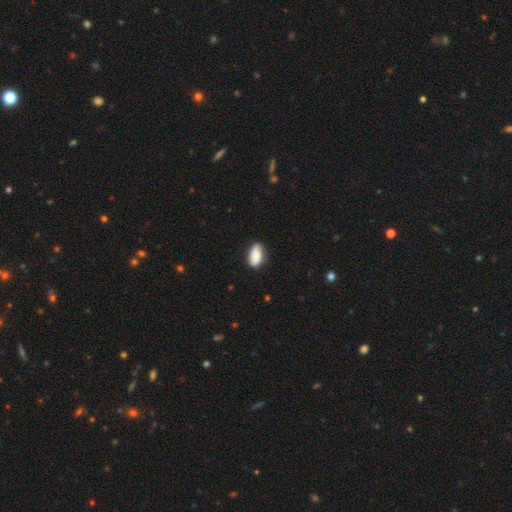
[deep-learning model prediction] A smooth galaxy with no disk features (84%) that is in between round and cigar-shaped (92%). Merging: none (78%).